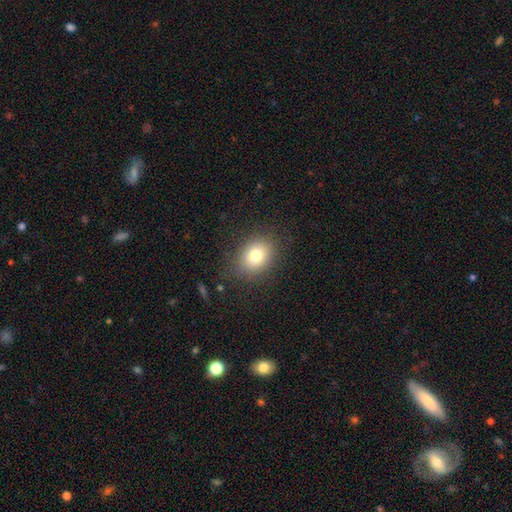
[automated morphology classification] This appears to be a smooth galaxy with no disk features (77%) that is in between round and cigar-shaped (52%). Merging: none (81%).